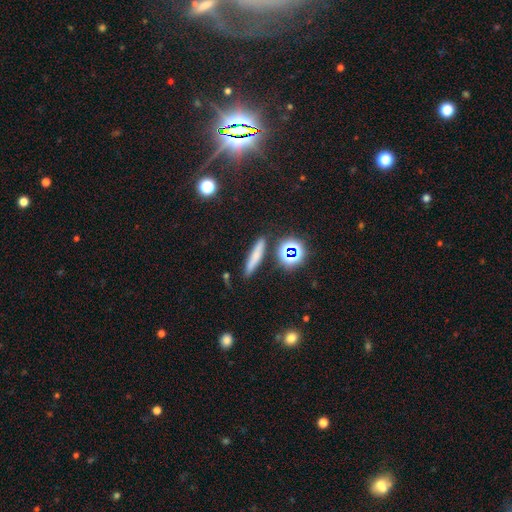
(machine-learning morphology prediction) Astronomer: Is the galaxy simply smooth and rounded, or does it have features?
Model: smooth — 66%.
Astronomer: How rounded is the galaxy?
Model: cigar-shaped — 84%.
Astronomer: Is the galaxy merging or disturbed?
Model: none — 84%.